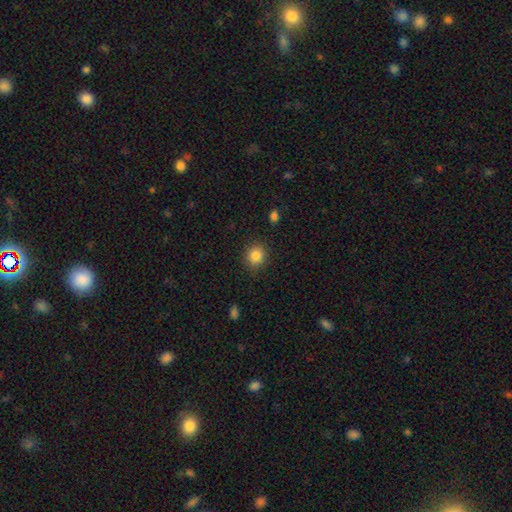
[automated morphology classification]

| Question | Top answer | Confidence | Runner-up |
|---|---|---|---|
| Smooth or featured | smooth | 85% | star or artifact (10%) |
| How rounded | round | 84% | in between (15%) |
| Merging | none | 87% | minor disturbance (9%) |